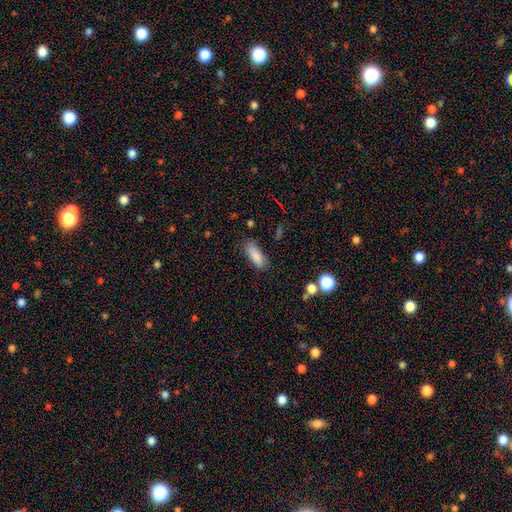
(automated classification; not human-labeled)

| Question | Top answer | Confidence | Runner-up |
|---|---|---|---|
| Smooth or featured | smooth | 85% | star or artifact (8%) |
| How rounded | in between | 71% | cigar-shaped (27%) |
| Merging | none | 79% | minor disturbance (15%) |